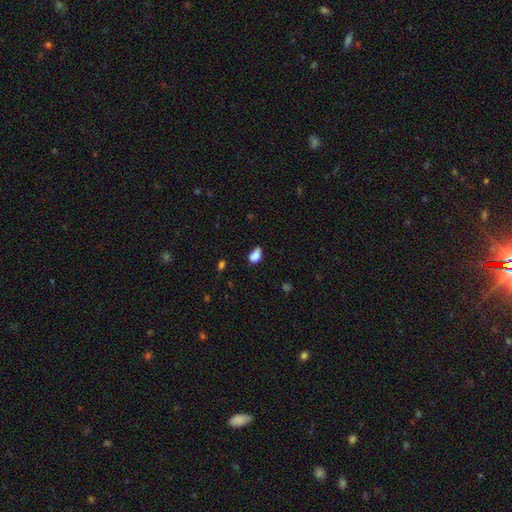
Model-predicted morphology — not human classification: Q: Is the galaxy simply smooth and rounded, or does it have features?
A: smooth — 82%.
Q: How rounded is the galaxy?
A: in between — 83%.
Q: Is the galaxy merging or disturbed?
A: none — 48%.